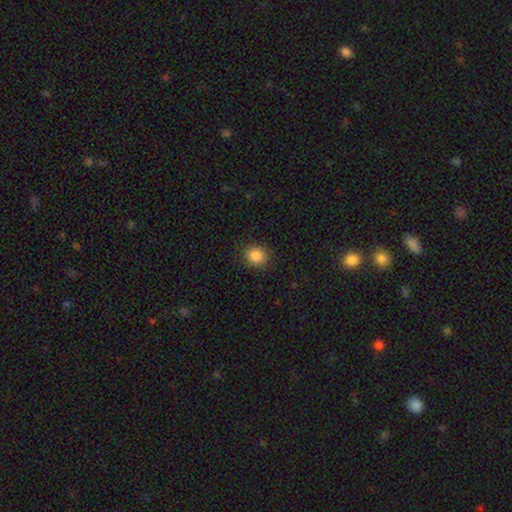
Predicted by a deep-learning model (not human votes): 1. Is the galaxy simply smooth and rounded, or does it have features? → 86% smooth, 10% star or artifact, 3% featured or disk.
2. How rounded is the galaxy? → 79% round, 20% in between, 1% cigar-shaped.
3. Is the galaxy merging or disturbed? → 89% none, 7% minor disturbance, 2% major disturbance, 1% merger.